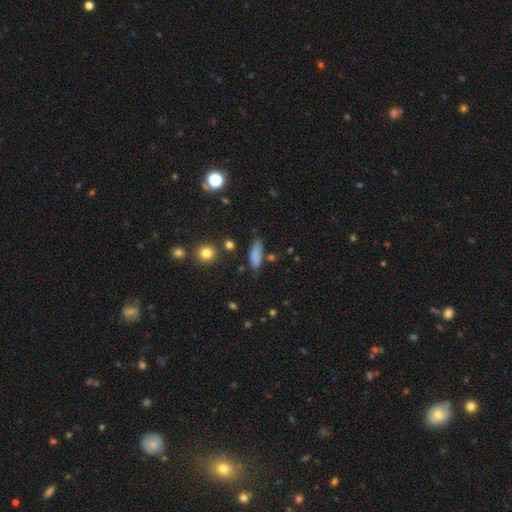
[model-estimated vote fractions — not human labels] smooth_or_featured: smooth (p=0.82) [alt: star or artifact p=0.10]
how_rounded: in between (p=0.59) [alt: cigar-shaped p=0.38]
merging: none (p=0.64) [alt: minor disturbance p=0.23]